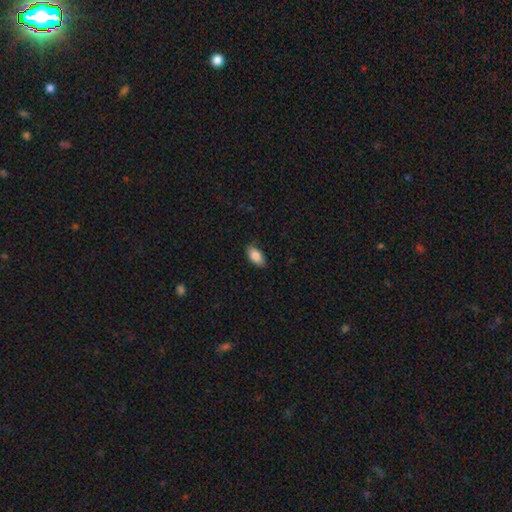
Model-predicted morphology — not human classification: A smooth galaxy with no disk features (84%) that is in between round and cigar-shaped (92%). Merging: none (84%).